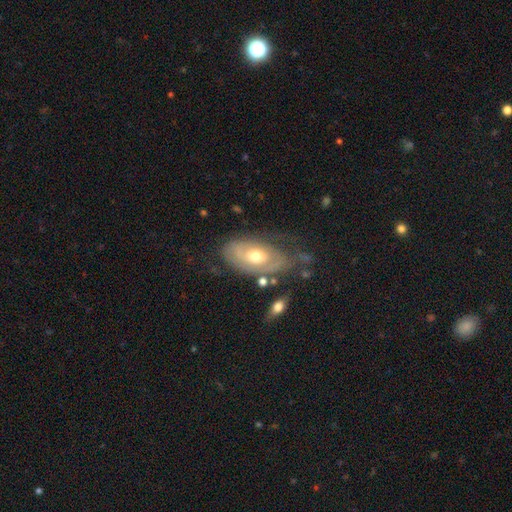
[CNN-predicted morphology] smooth-or-featured: featured or disk: 65% | smooth: 28% | star or artifact: 6%
  disk-edge-on: no: 90% | yes: 10%
    bar: no: 80% | weak: 16% | strong: 4%
    has-spiral-arms: yes: 64% | no: 36%
    bulge-size: moderate: 71% | small: 21% | large: 6% | dominant: 1% | none: 1%
  merging: none: 53% | minor disturbance: 27% | major disturbance: 16% | merger: 5%